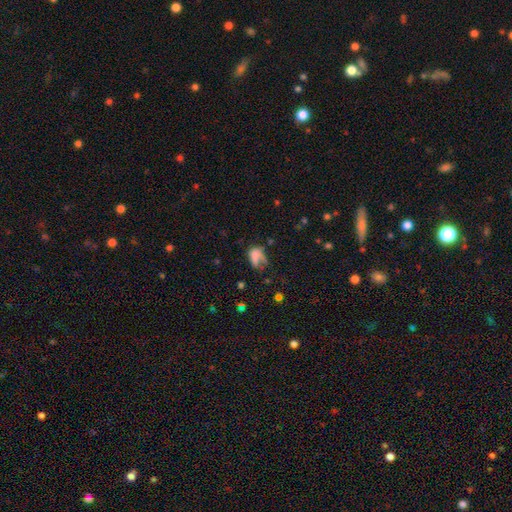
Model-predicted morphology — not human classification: This appears to be a smooth galaxy with no disk features (63%) that is in between round and cigar-shaped (81%). Merging: major disturbance (42%).